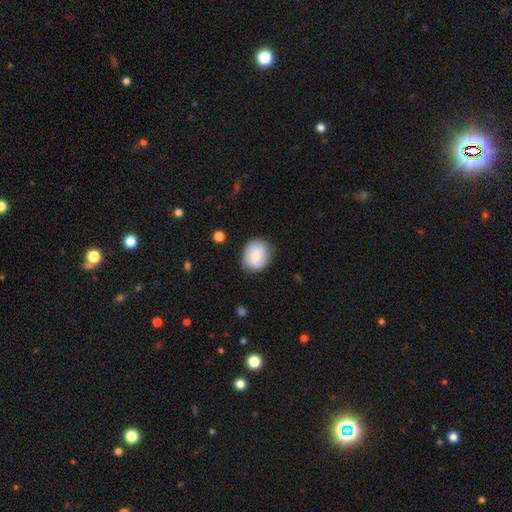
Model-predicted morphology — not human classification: Smooth or featured? Predicted: smooth (p=0.73). How rounded? Predicted: round (p=0.69). Merging? Predicted: none (p=0.81).